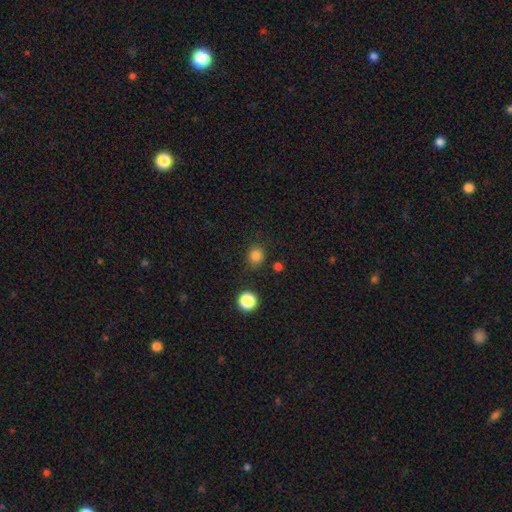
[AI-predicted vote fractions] Smooth or featured? Predicted: smooth (p=0.82). How rounded? Predicted: round (p=0.81). Merging? Predicted: none (p=0.85).